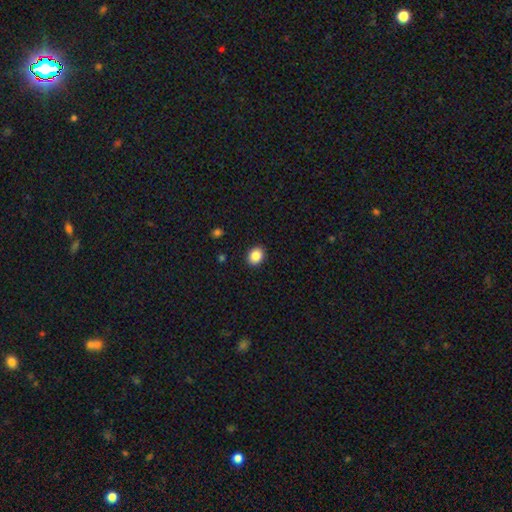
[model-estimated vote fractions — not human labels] Smooth or featured? smooth (87%)
How rounded? round (59%)
Merging? none (91%)